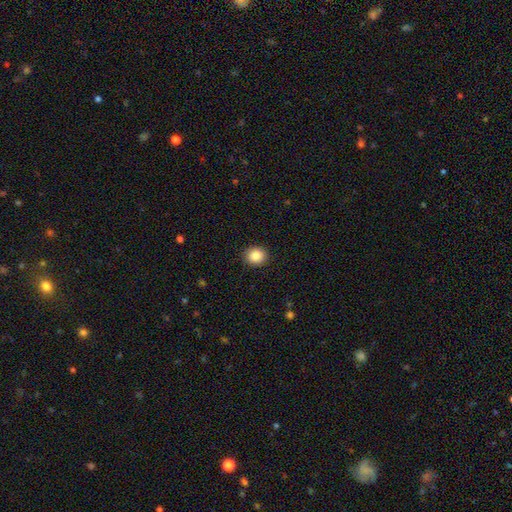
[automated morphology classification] smooth-or-featured: smooth: 87% | star or artifact: 9% | featured or disk: 4%
  how-rounded: round: 76% | in between: 23% | cigar-shaped: 1%
  merging: none: 91% | minor disturbance: 7% | major disturbance: 2% | merger: 1%